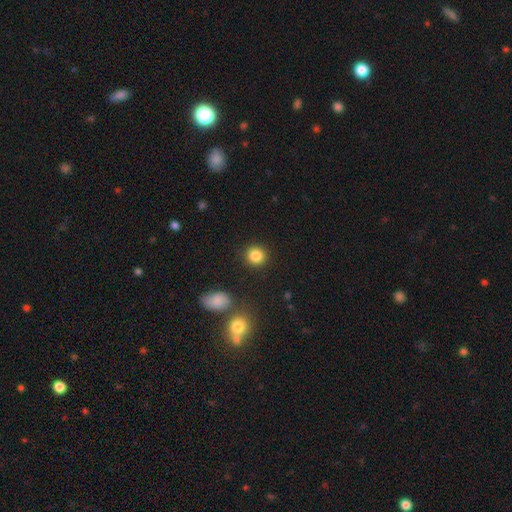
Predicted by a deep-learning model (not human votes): Morphology: type=smooth (85%); roundness=round (89%); merging=none (90%).